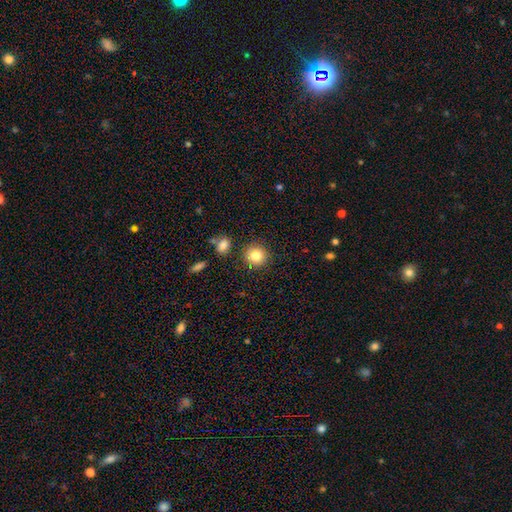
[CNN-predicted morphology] The model was most divided on "smooth or featured": smooth: 84%, star or artifact: 10%, featured or disk: 6%. More confident: how rounded — round (90%); merging — none (86%).